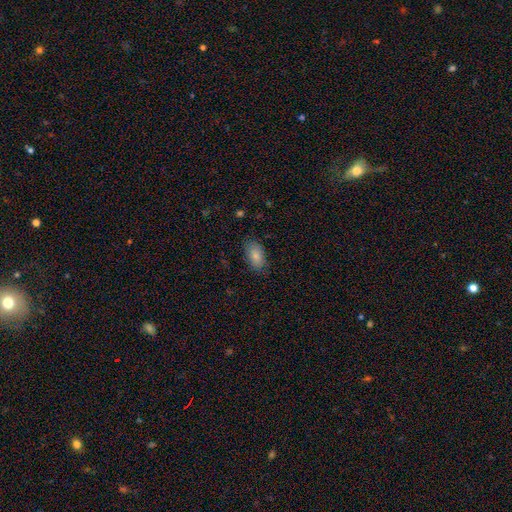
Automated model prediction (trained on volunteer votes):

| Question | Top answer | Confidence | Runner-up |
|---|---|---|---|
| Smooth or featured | smooth | 83% | featured or disk (9%) |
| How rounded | in between | 92% | round (5%) |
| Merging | none | 82% | minor disturbance (14%) |